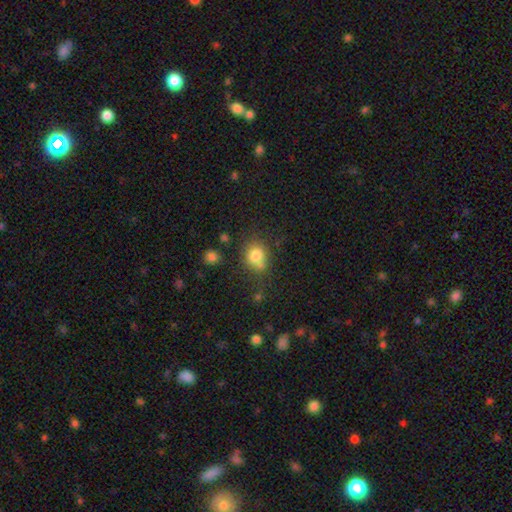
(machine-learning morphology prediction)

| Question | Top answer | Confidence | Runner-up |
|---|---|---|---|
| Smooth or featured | smooth | 79% | star or artifact (11%) |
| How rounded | round | 69% | in between (30%) |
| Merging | none | 59% | minor disturbance (19%) |